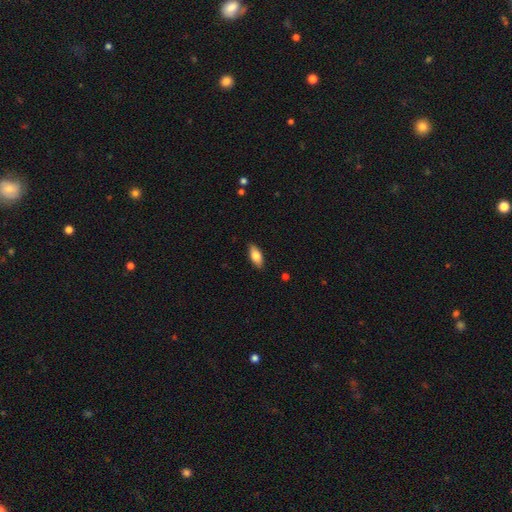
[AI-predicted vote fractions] Morphology: type=smooth (76%); roundness=in between (84%); merging=none (88%).